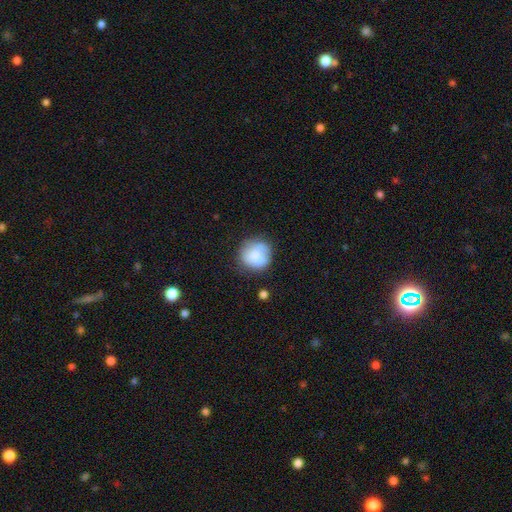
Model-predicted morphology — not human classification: Q: Smooth or featured?
A: smooth (69%); runner-up: featured or disk (23%)
Q: How rounded?
A: round (87%); runner-up: in between (13%)
Q: Merging?
A: none (60%); runner-up: minor disturbance (23%)